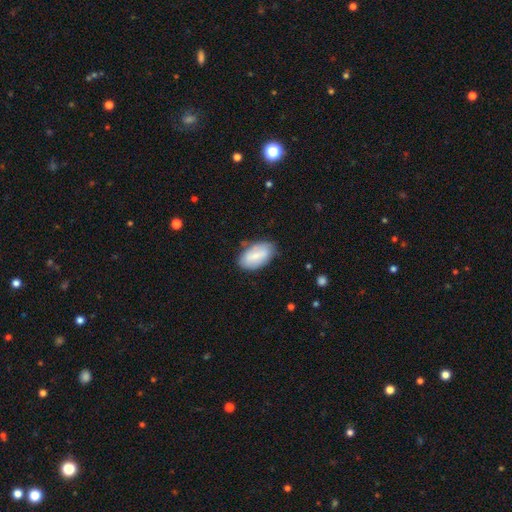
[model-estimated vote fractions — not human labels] This appears to be a smooth galaxy with no disk features (67%) that is in between round and cigar-shaped (94%). Merging: none (73%).